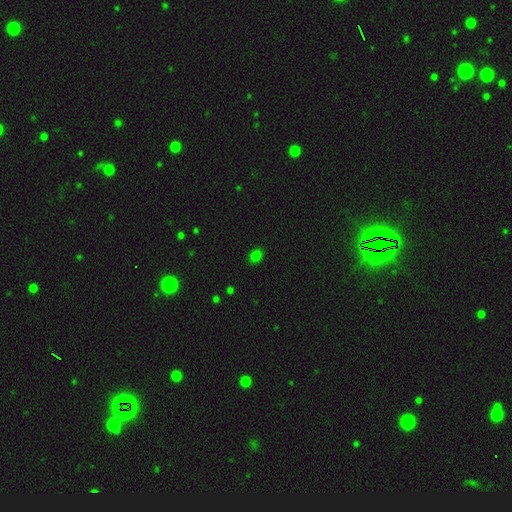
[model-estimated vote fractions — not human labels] Smooth or featured?
  - smooth: 76% *
  - star or artifact: 19%
  - featured or disk: 4%
How rounded?
  - round: 56% *
  - in between: 43%
  - cigar-shaped: 1%
Merging?
  - none: 88% *
  - minor disturbance: 9%
  - major disturbance: 2%
  - merger: 1%